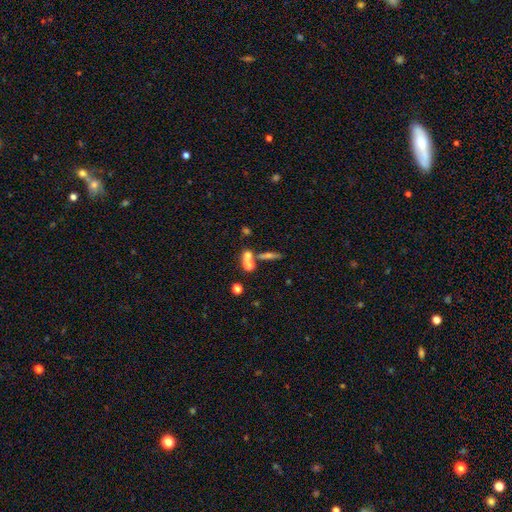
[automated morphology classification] A star or artifact, not a galaxy (43%).

Vote fractions:
- Smooth or featured? star or artifact: 43% / smooth: 36% / featured or disk: 21%